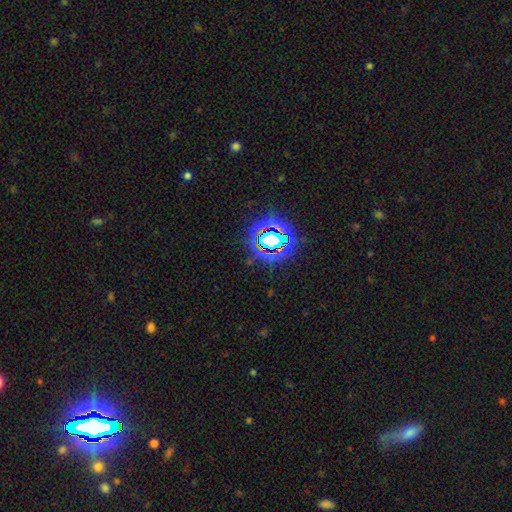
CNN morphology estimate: Smooth or featured? Predicted: star or artifact (p=0.80).